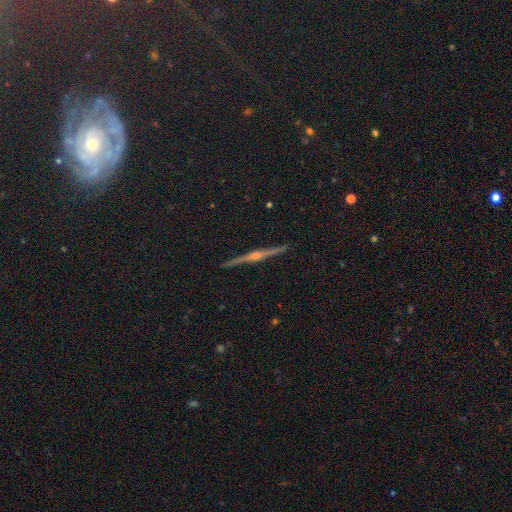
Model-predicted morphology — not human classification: Overall: featured or disk (77%). Edge-on disk: yes (98%). Edge-on bulge: rounded (83%). Merging: none (93%).